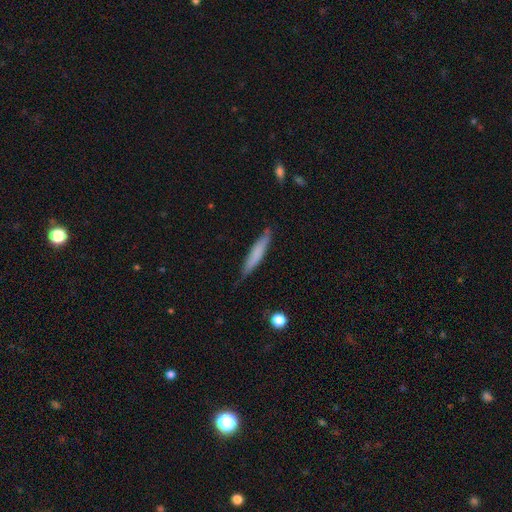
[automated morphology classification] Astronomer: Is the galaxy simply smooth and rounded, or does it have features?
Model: smooth — 69%.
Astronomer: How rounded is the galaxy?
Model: cigar-shaped — 91%.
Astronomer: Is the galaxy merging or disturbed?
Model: none — 81%.